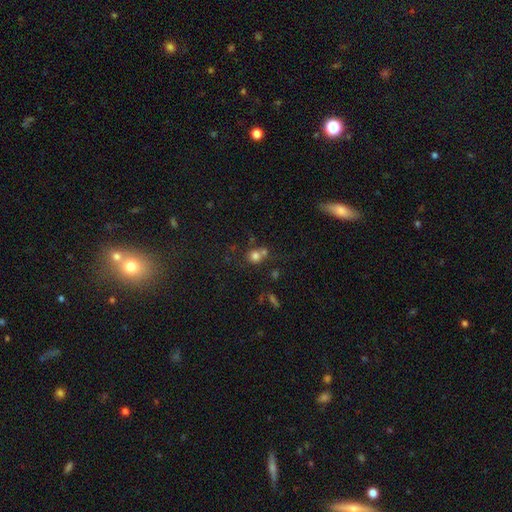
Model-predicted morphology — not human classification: Overall: smooth (76%). How rounded: round (84%). Merging: none (48%; merger 38%).